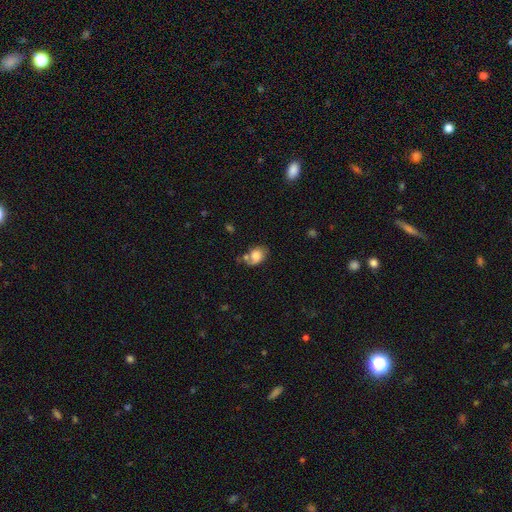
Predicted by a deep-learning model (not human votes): Smooth or featured?
  - smooth: 71% *
  - featured or disk: 20%
  - star or artifact: 9%
How rounded?
  - in between: 68% *
  - round: 31%
  - cigar-shaped: 1%
Merging?
  - none: 43% *
  - minor disturbance: 27%
  - merger: 17%
  - major disturbance: 12%